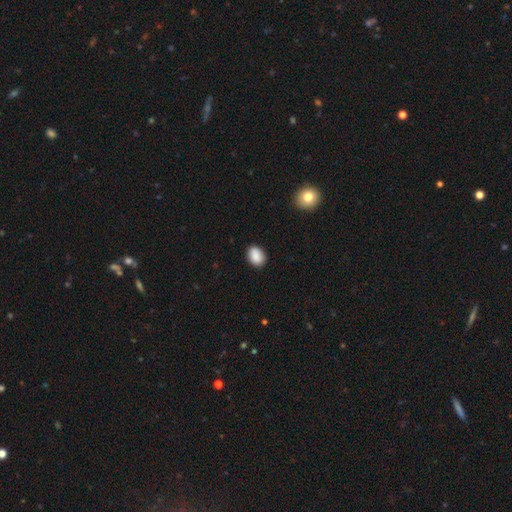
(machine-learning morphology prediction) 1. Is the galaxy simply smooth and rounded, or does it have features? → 89% smooth, 8% star or artifact, 3% featured or disk.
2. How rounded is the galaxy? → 74% in between, 25% round, 1% cigar-shaped.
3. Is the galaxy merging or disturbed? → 86% none, 10% minor disturbance, 2% major disturbance, 1% merger.